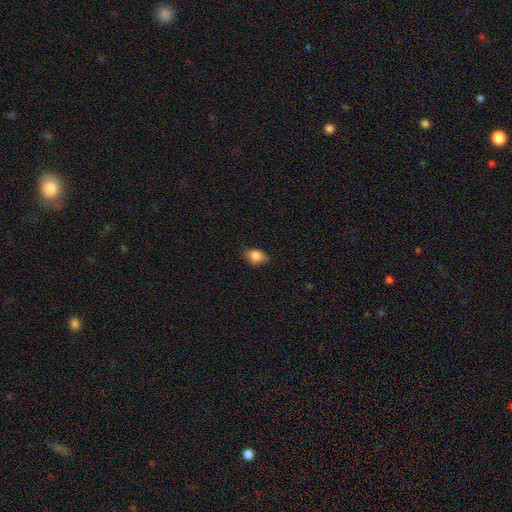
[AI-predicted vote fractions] A smooth galaxy with no disk features (83%) that is in between round and cigar-shaped (70%).

Vote fractions:
- Smooth or featured? smooth: 83% / star or artifact: 9% / featured or disk: 8%
- How rounded? in between: 70% / round: 28% / cigar-shaped: 2%
- Merging? none: 69% / minor disturbance: 25% / major disturbance: 5% / merger: 1%